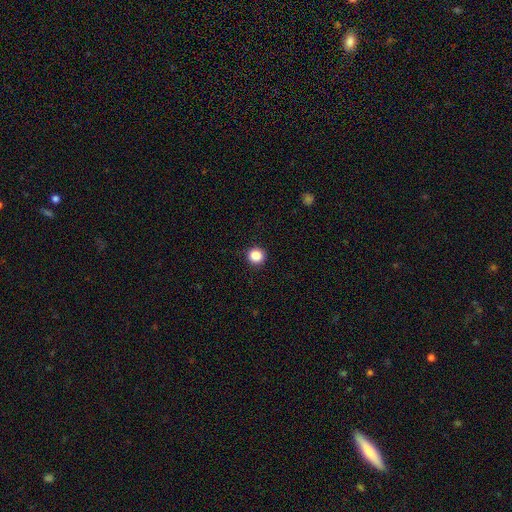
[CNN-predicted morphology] A smooth galaxy with no disk features (88%) that is round (95%). Merging: none (92%).